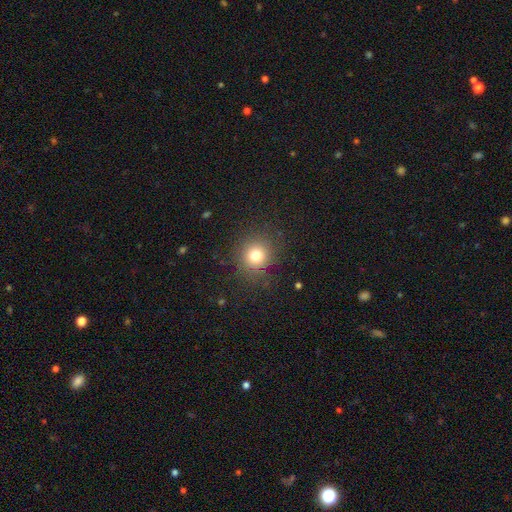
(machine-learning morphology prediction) Q: Smooth or featured?
A: smooth (76%); runner-up: star or artifact (16%)
Q: How rounded?
A: round (89%); runner-up: in between (10%)
Q: Merging?
A: none (85%); runner-up: minor disturbance (9%)